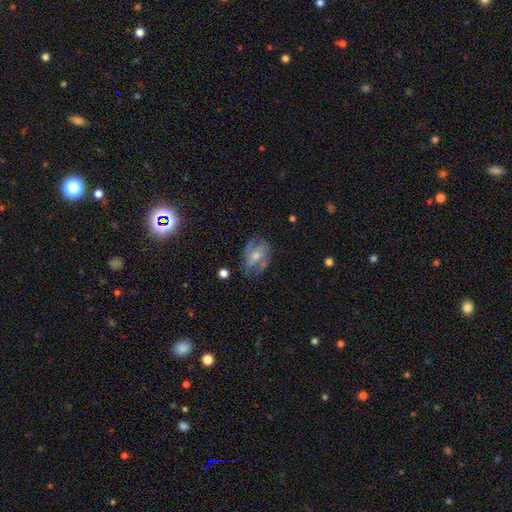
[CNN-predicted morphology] Smooth or featured?
  - featured or disk: 62% *
  - smooth: 22%
  - star or artifact: 16%
Edge-on disk?
  - no: 96% *
  - yes: 4%
Bar?
  - no: 54% *
  - weak: 36%
  - strong: 11%
Spiral arms?
  - yes: 77% *
  - no: 23%
Bulge size?
  - moderate: 48% *
  - small: 42%
  - none: 5%
  - large: 4%
  - dominant: 1%
Merging?
  - none: 66% *
  - minor disturbance: 20%
  - major disturbance: 11%
  - merger: 2%